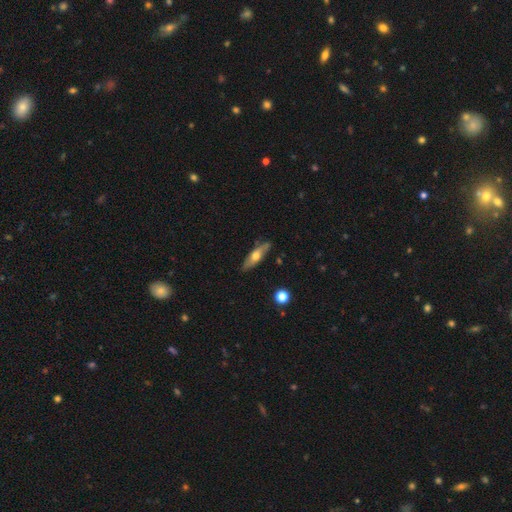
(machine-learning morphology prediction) This appears to be a featured or disk galaxy (47%, tied with smooth). Merging: none (83%).